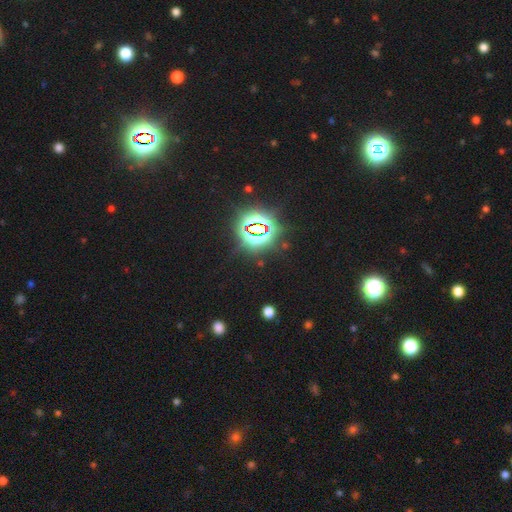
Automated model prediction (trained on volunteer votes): Smooth or featured? Predicted: star or artifact (p=0.79).